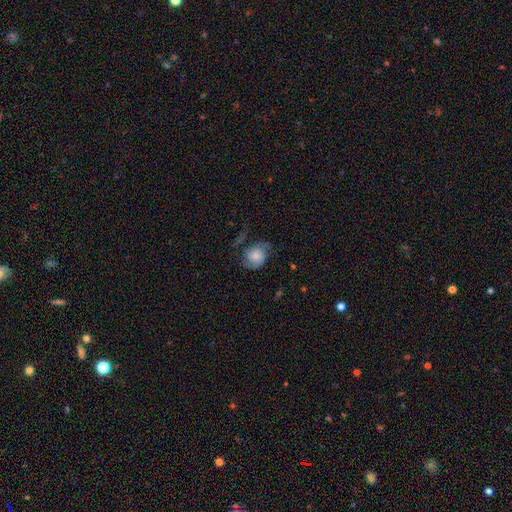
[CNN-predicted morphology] type=featured or disk (53%); edge-on=no (97%); bar=no (75%); spiral arms=yes (86%); bulge=moderate (34%); merging=none (47%).